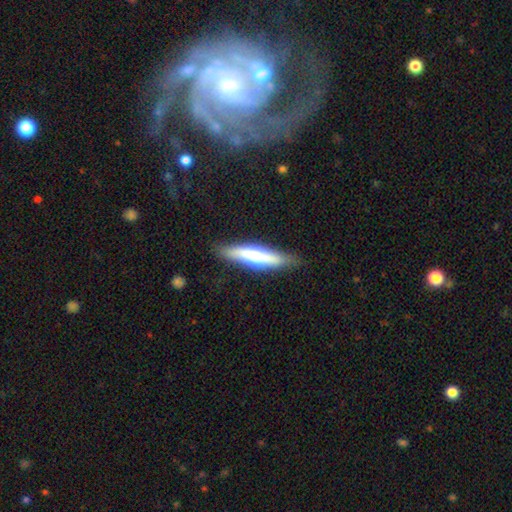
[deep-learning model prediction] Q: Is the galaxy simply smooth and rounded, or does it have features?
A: featured or disk — 48%.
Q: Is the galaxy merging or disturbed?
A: none — 84%.